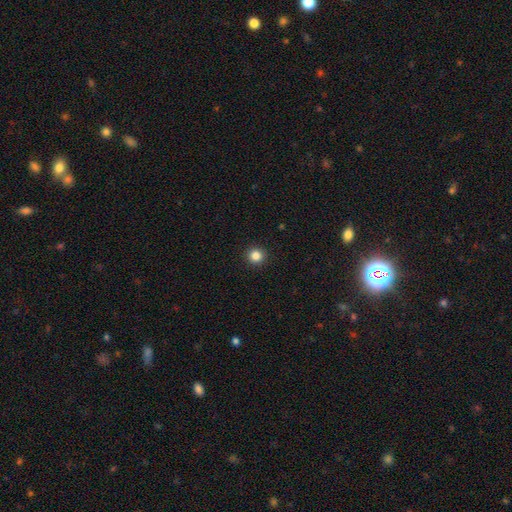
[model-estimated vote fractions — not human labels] Morphology: type=smooth (84%); roundness=round (95%); merging=none (93%).